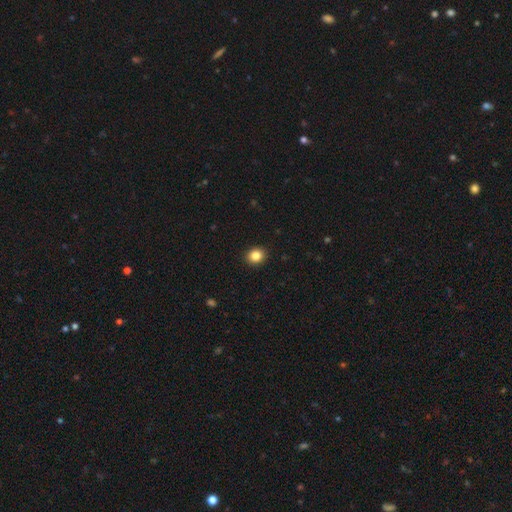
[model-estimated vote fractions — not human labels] smooth_or_featured: smooth (p=0.85) [alt: star or artifact p=0.10]
how_rounded: round (p=0.74) [alt: in between p=0.25]
merging: none (p=0.92) [alt: minor disturbance p=0.05]